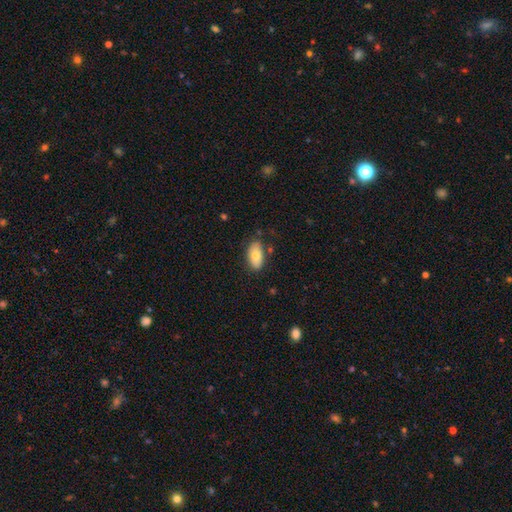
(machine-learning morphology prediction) Smooth or featured?
  - smooth: 77% *
  - featured or disk: 17%
  - star or artifact: 7%
How rounded?
  - in between: 92% *
  - cigar-shaped: 4%
  - round: 3%
Merging?
  - none: 79% *
  - minor disturbance: 15%
  - major disturbance: 3%
  - merger: 3%